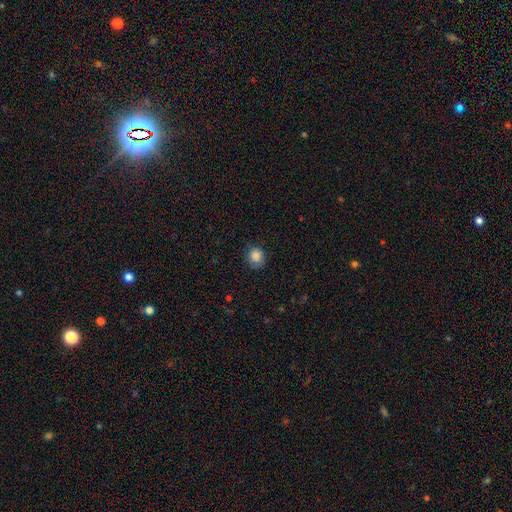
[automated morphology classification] Smooth or featured? Predicted: smooth (p=0.85). How rounded? Predicted: round (p=0.76). Merging? Predicted: none (p=0.74).